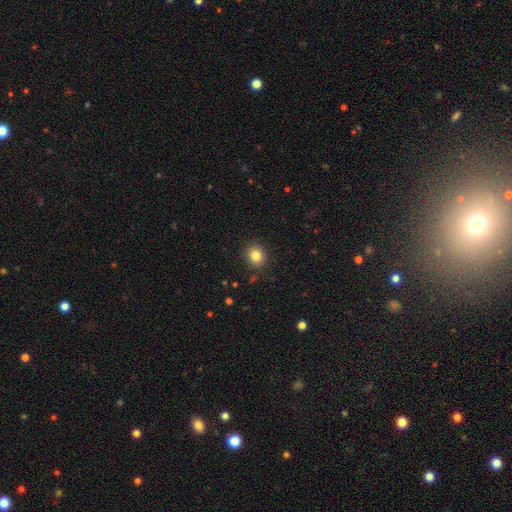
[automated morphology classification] smooth-or-featured: smooth: 83% | star or artifact: 11% | featured or disk: 6%
  how-rounded: round: 76% | in between: 23% | cigar-shaped: 1%
  merging: none: 90% | minor disturbance: 7% | major disturbance: 2% | merger: 1%